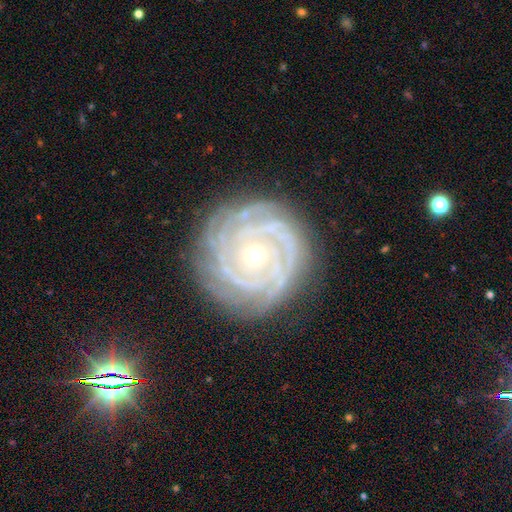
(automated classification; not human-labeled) Smooth or featured? Predicted: featured or disk (p=0.89). Edge-on disk? Predicted: no (p=0.97). Bar? Predicted: no (p=0.79). Spiral arms? Predicted: yes (p=0.98). Spiral winding? Predicted: tight (p=0.85). Spiral arm count? Predicted: 3 (p=0.23, tied with 4). Bulge size? Predicted: small (p=0.66). Merging? Predicted: none (p=0.81).